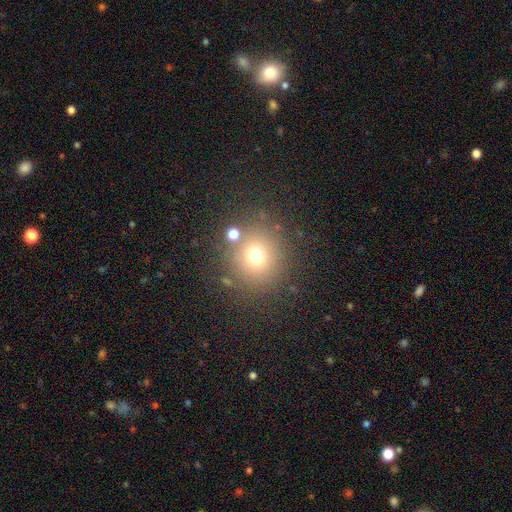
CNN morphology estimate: Smooth or featured? Predicted: smooth (p=0.69). How rounded? Predicted: round (p=0.90). Merging? Predicted: none (p=0.78).